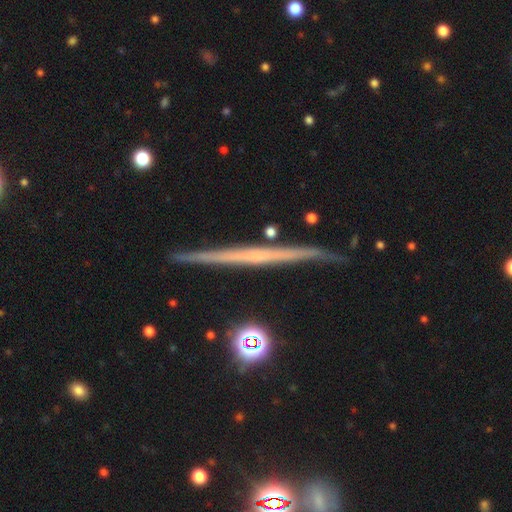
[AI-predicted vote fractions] This is likely a featured or disk galaxy (75%). It is clearly viewed edge-on (98%). Edge-on bulge: likely none (71%). Merging: clearly none (89%).